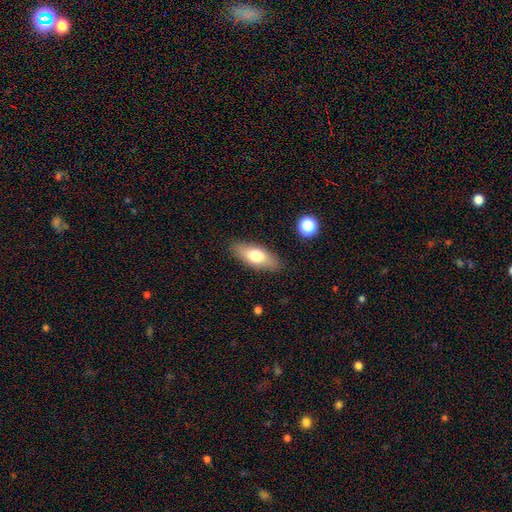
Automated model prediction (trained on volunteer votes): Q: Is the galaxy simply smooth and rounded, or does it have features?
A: smooth — 70%.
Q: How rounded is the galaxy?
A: in between — 73%.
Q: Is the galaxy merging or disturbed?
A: none — 86%.